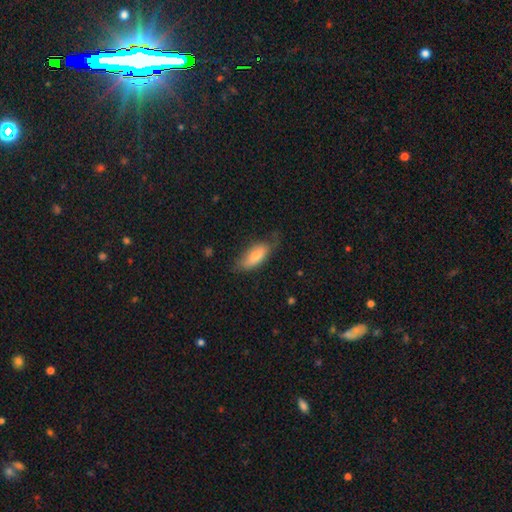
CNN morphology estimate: Smooth or featured?
  - smooth: 74% *
  - featured or disk: 19%
  - star or artifact: 7%
How rounded?
  - in between: 73% *
  - cigar-shaped: 25%
  - round: 2%
Merging?
  - none: 63% *
  - minor disturbance: 28%
  - major disturbance: 7%
  - merger: 2%